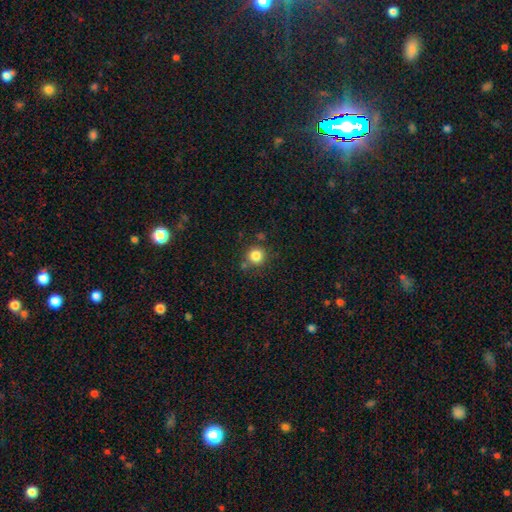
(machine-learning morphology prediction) This appears to be a smooth galaxy with no disk features (84%) that is round (94%). Merging: none (81%).